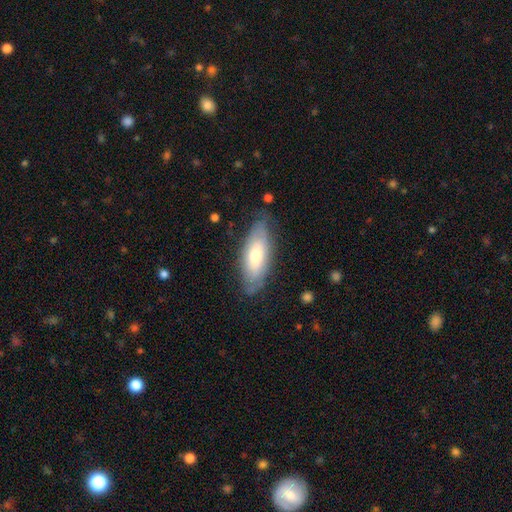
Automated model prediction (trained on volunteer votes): Smooth or featured? smooth (61%)
How rounded? in between (73%)
Merging? none (77%)